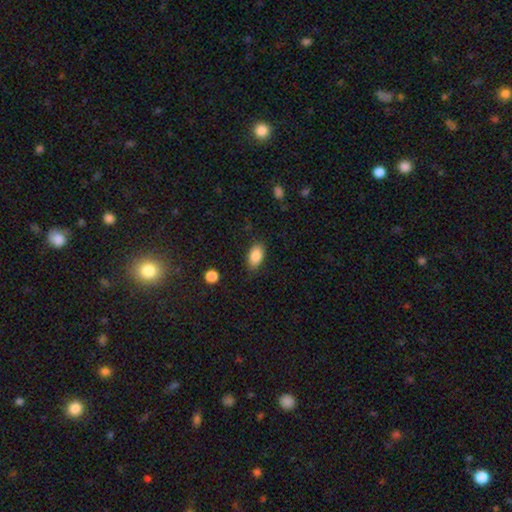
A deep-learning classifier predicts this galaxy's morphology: Smooth or featured?
  - smooth: 87% *
  - star or artifact: 8%
  - featured or disk: 5%
How rounded?
  - in between: 92% *
  - round: 6%
  - cigar-shaped: 3%
Merging?
  - none: 83% *
  - minor disturbance: 13%
  - major disturbance: 3%
  - merger: 1%